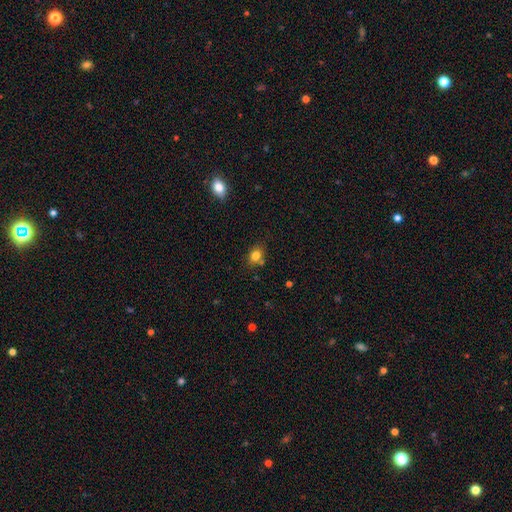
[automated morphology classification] Q: Smooth or featured?
A: smooth (81%); runner-up: star or artifact (12%)
Q: How rounded?
A: round (56%); runner-up: in between (43%)
Q: Merging?
A: none (70%); runner-up: minor disturbance (16%)